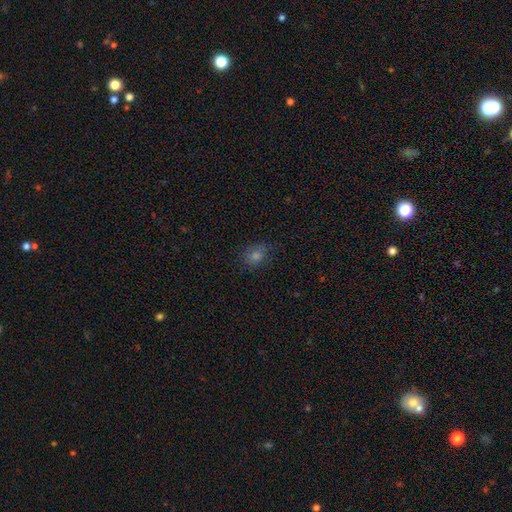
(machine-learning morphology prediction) Overall: smooth (64%). How rounded: round (56%; in between 42%). Merging: none (75%).